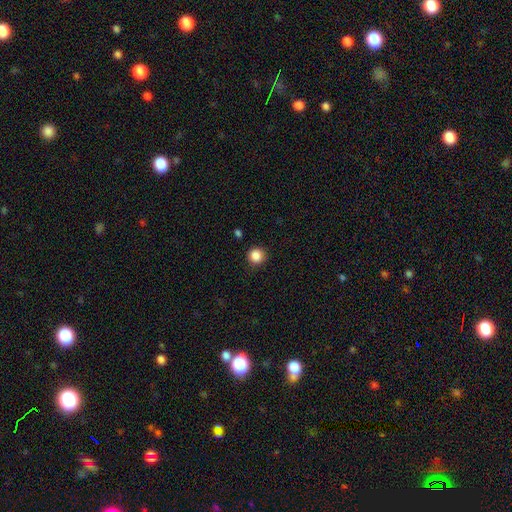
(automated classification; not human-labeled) A smooth galaxy with no disk features (87%) that is round (94%).

Vote fractions:
- Smooth or featured? smooth: 87% / star or artifact: 10% / featured or disk: 3%
- How rounded? round: 94% / in between: 5% / cigar-shaped: 1%
- Merging? none: 90% / minor disturbance: 6% / major disturbance: 2% / merger: 1%